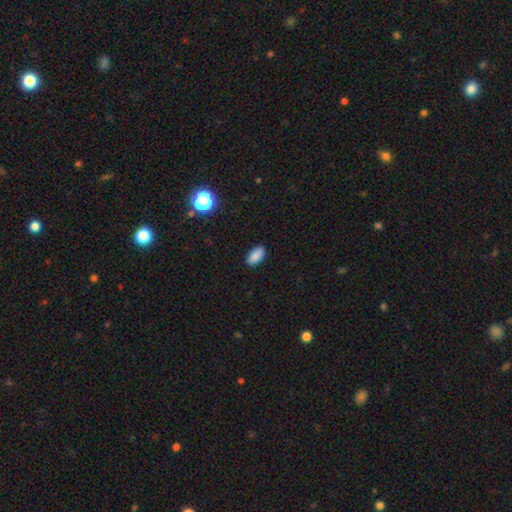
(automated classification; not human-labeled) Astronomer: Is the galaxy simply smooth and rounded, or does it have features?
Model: smooth — 87%.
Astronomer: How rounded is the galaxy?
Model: in between — 93%.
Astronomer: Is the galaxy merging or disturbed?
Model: none — 89%.